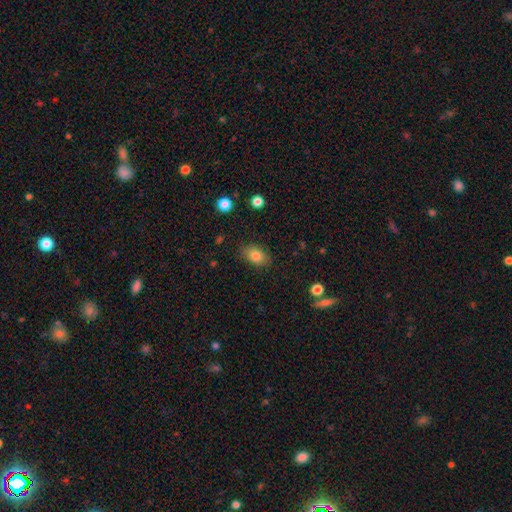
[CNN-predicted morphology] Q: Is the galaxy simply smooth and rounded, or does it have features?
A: smooth — 81%.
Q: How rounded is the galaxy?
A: in between — 83%.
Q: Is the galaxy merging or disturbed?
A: none — 83%.